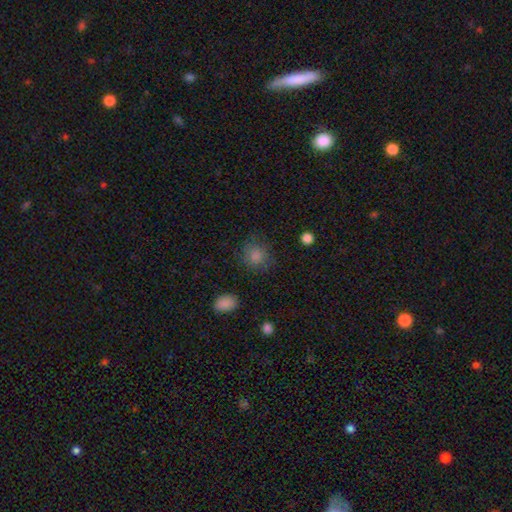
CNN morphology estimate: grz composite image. It shows a smooth galaxy with no disk features (82%) that is round (80%). Merging: none (73%).